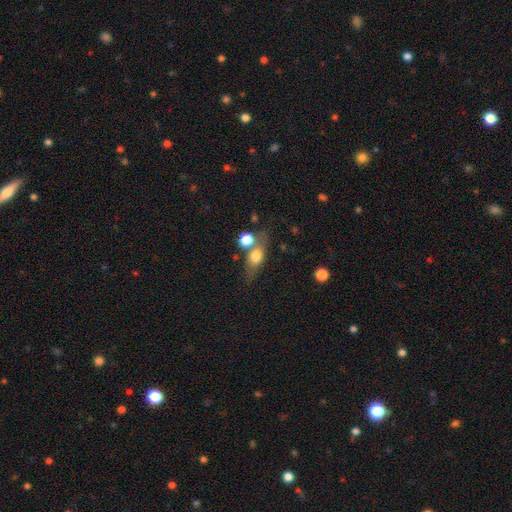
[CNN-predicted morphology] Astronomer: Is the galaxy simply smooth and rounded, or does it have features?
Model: smooth — 66%.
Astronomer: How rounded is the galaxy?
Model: in between — 59%.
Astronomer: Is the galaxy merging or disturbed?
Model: none — 52%.